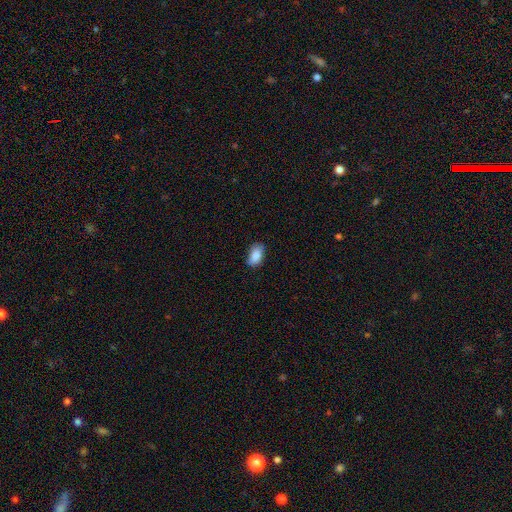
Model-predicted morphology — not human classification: Smooth or featured: smooth — 86% (star or artifact — 7%)
How rounded: in between — 92% (round — 6%)
Merging: none — 78% (minor disturbance — 18%)